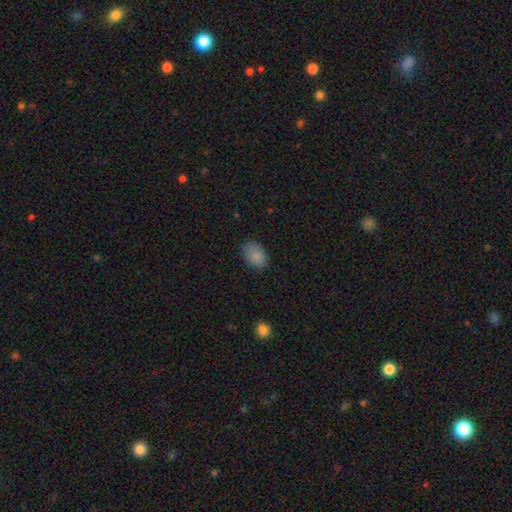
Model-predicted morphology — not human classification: Q: Smooth or featured?
A: smooth (86%); runner-up: star or artifact (9%)
Q: How rounded?
A: in between (82%); runner-up: round (17%)
Q: Merging?
A: none (71%); runner-up: minor disturbance (23%)